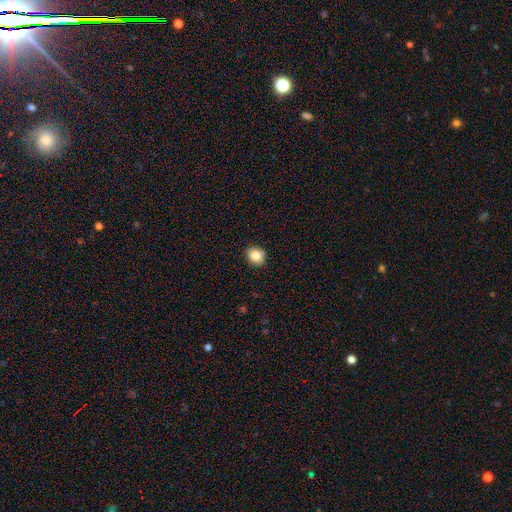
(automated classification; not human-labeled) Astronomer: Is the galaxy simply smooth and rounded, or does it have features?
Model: smooth — 84%.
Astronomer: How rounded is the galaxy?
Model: round — 69%.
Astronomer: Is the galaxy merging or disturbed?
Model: none — 86%.